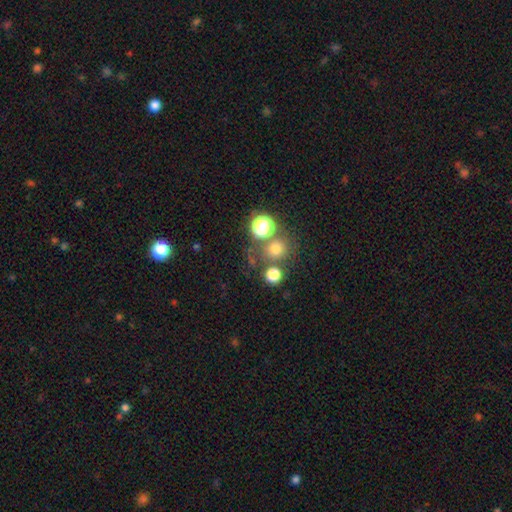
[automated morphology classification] smooth_or_featured: star or artifact (p=0.51) [alt: smooth p=0.37]